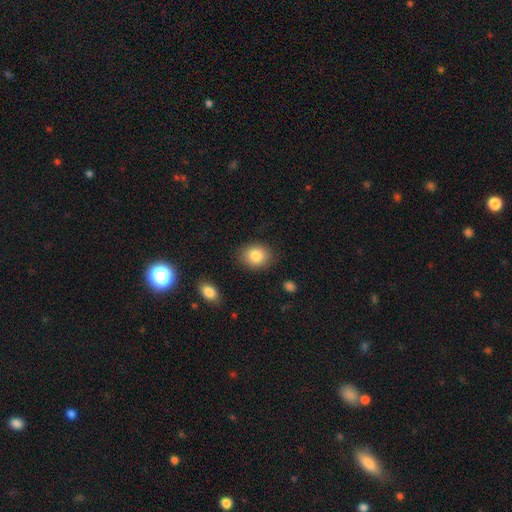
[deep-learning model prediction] A smooth galaxy with no disk features (84%) that is round (52%).

Vote fractions:
- Smooth or featured? smooth: 84% / star or artifact: 8% / featured or disk: 7%
- How rounded? round: 52% / in between: 47% / cigar-shaped: 1%
- Merging? none: 85% / minor disturbance: 10% / major disturbance: 3% / merger: 2%